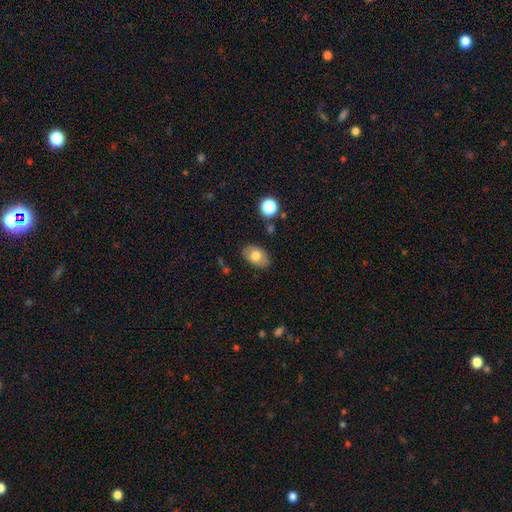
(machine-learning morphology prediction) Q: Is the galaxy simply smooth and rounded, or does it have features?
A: smooth — 74%.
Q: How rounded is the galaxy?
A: in between — 86%.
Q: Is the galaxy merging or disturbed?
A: none — 83%.